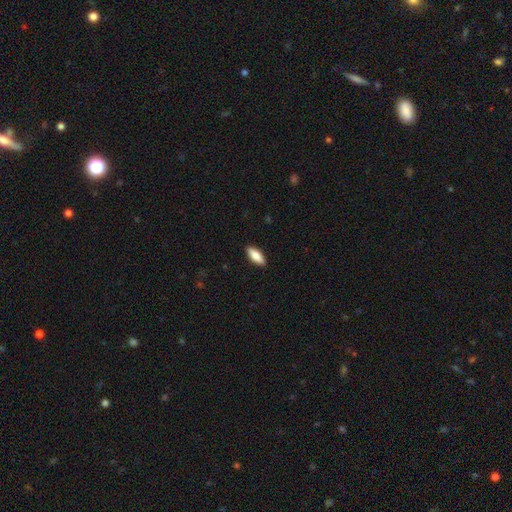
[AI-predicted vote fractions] Smooth or featured: smooth — 76% (featured or disk — 18%)
How rounded: in between — 72% (cigar-shaped — 26%)
Merging: none — 90% (minor disturbance — 8%)